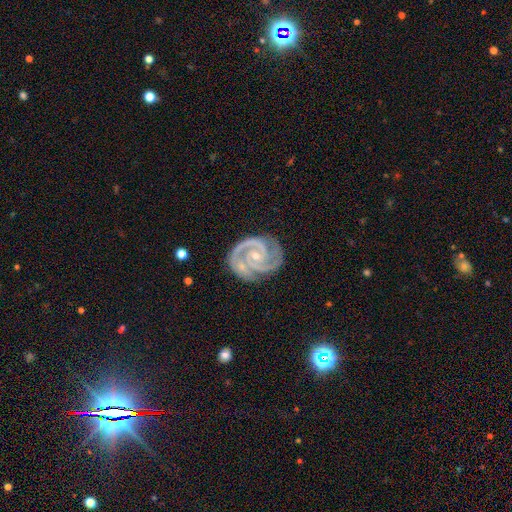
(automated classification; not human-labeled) Smooth or featured?
  - featured or disk: 93% *
  - star or artifact: 4%
  - smooth: 3%
Edge-on disk?
  - no: 98% *
  - yes: 2%
Bar?
  - no: 61% *
  - weak: 26%
  - strong: 13%
Spiral arms?
  - yes: 99% *
  - no: 1%
Spiral winding?
  - tight: 64% *
  - medium: 33%
  - loose: 3%
Spiral arm count?
  - 2: 61% *
  - 3: 29%
  - 4: 3%
  - can't tell: 3%
  - 1: 2%
  - more than 4: 2%
Bulge size?
  - small: 69% *
  - moderate: 28%
  - none: 1%
  - large: 1%
  - dominant: 1%
Merging?
  - none: 76% *
  - minor disturbance: 17%
  - major disturbance: 5%
  - merger: 3%